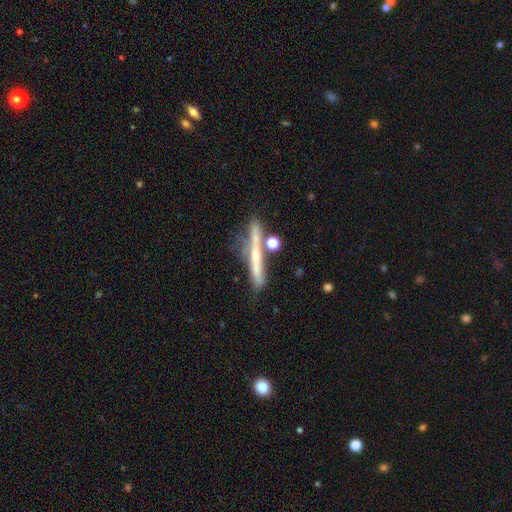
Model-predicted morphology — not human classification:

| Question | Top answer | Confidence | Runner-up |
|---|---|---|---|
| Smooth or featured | featured or disk | 58% | smooth (32%) |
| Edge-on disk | yes | 89% | no (11%) |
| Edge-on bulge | rounded | 51% | none (41%) |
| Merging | none | 62% | minor disturbance (16%) |